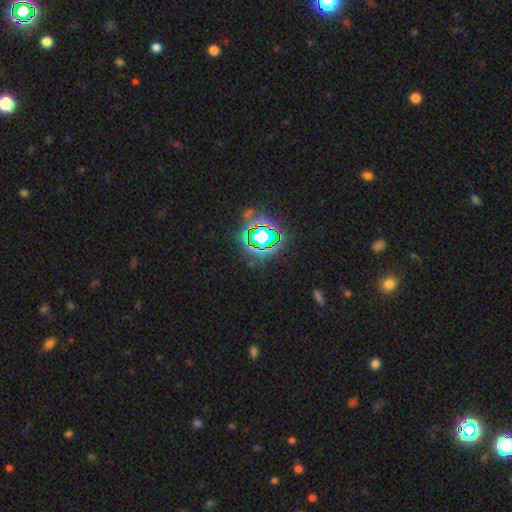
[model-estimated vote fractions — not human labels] This appears to be a star or artifact, not a galaxy (78%).